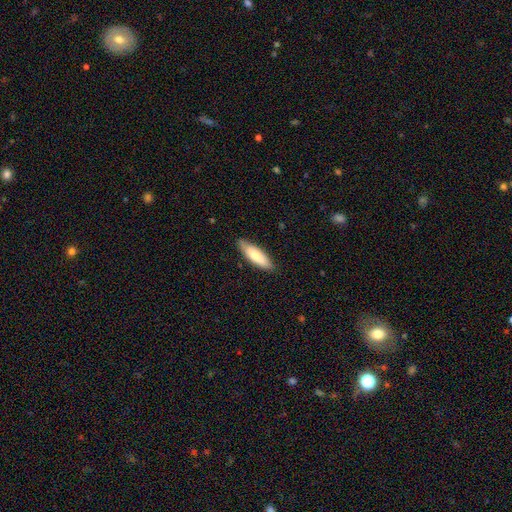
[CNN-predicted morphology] Q: Smooth or featured?
A: smooth (70%); runner-up: featured or disk (25%)
Q: How rounded?
A: in between (55%); runner-up: cigar-shaped (43%)
Q: Merging?
A: none (83%); runner-up: minor disturbance (14%)